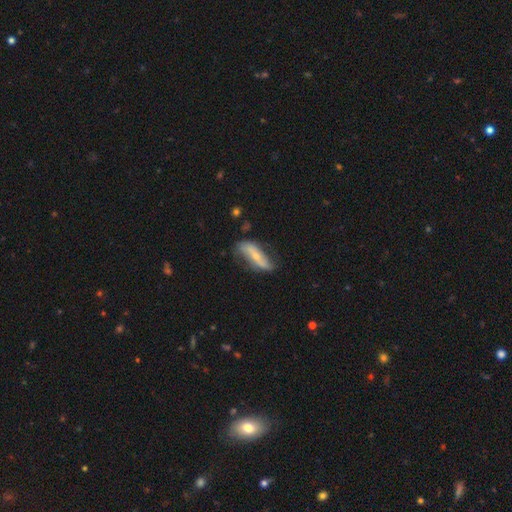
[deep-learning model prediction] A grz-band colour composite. It shows a featured or disk galaxy (66%) with a strong bar (47%), spiral arms (79%) and a small central bulge (66%). Merging: none (60%).